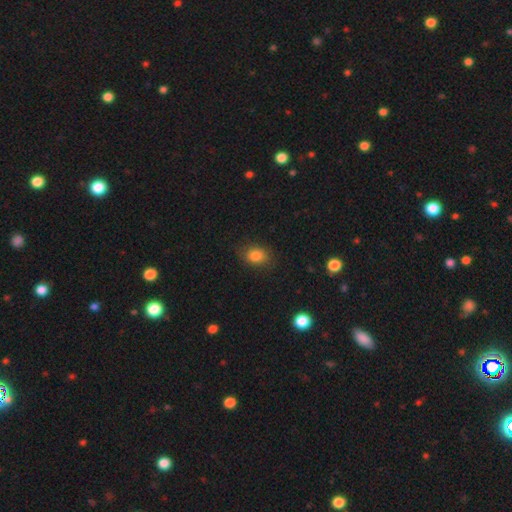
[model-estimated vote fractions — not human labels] smooth_or_featured: smooth (p=0.83) [alt: star or artifact p=0.10]
how_rounded: in between (p=0.67) [alt: round p=0.32]
merging: none (p=0.79) [alt: minor disturbance p=0.15]